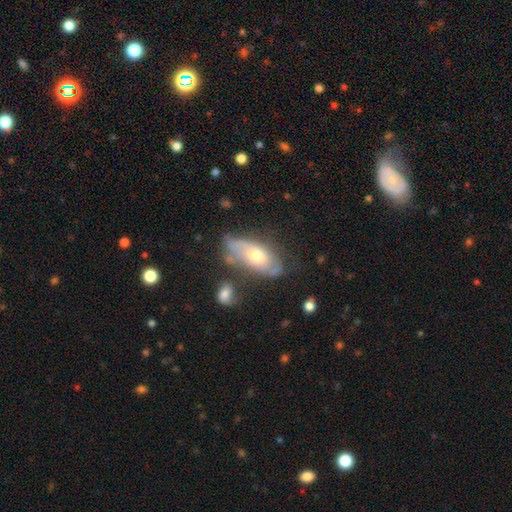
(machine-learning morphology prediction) This is possibly a featured or disk galaxy (51%). It is clearly not viewed edge-on (81%). Merging: possibly none (49%).